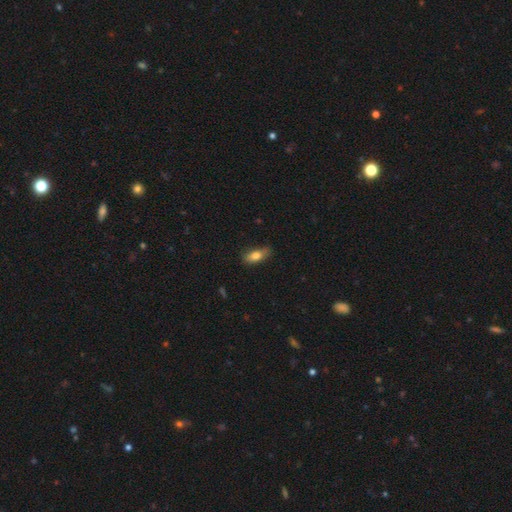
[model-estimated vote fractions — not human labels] A smooth galaxy with no disk features (78%) that is in between round and cigar-shaped (75%).

Vote fractions:
- Smooth or featured? smooth: 78% / featured or disk: 15% / star or artifact: 7%
- How rounded? in between: 75% / cigar-shaped: 21% / round: 4%
- Merging? none: 72% / minor disturbance: 22% / major disturbance: 4% / merger: 1%